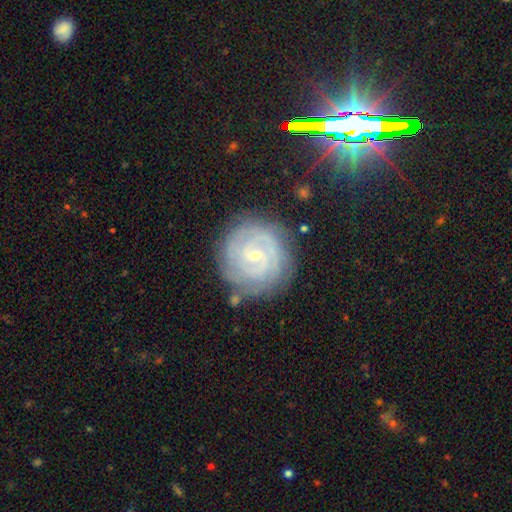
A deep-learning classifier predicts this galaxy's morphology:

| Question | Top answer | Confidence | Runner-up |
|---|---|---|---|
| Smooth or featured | featured or disk | 85% | smooth (9%) |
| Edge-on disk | no | 98% | yes (2%) |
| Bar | no | 56% | weak (35%) |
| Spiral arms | yes | 97% | no (3%) |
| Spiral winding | tight | 82% | medium (15%) |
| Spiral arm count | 2 | 38% | can't tell (22%) |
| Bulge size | small | 80% | moderate (17%) |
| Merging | none | 80% | minor disturbance (14%) |